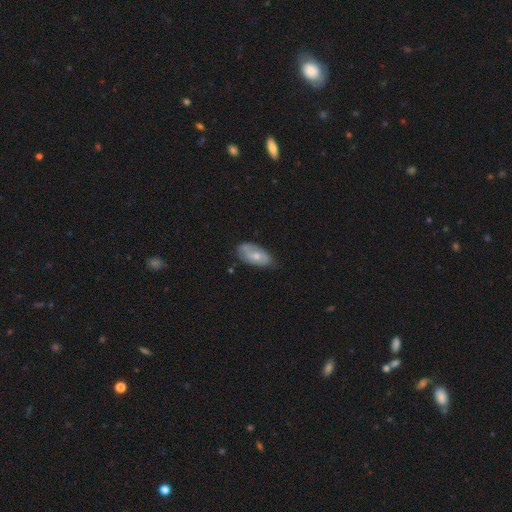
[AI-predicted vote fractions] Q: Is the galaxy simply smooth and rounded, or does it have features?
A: smooth — 47%, tied with featured or disk.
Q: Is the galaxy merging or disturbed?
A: none — 69%.